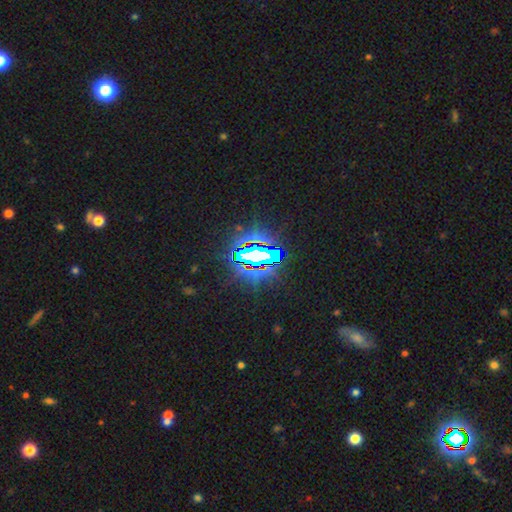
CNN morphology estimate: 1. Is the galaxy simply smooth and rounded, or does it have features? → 78% star or artifact, 12% smooth, 11% featured or disk.